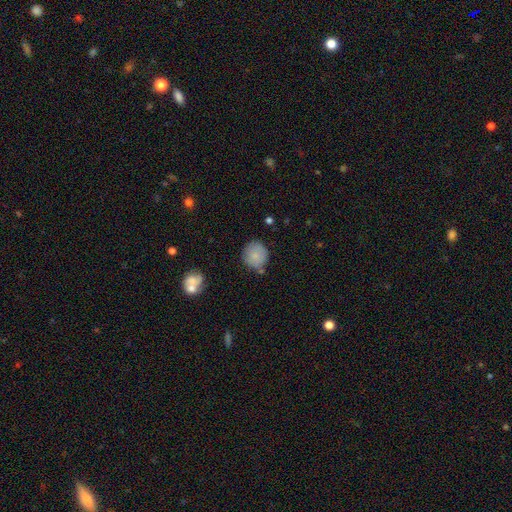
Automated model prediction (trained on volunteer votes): smooth_or_featured: smooth (p=0.81) [alt: featured or disk p=0.11]
how_rounded: round (p=0.87) [alt: in between p=0.12]
merging: none (p=0.69) [alt: minor disturbance p=0.19]